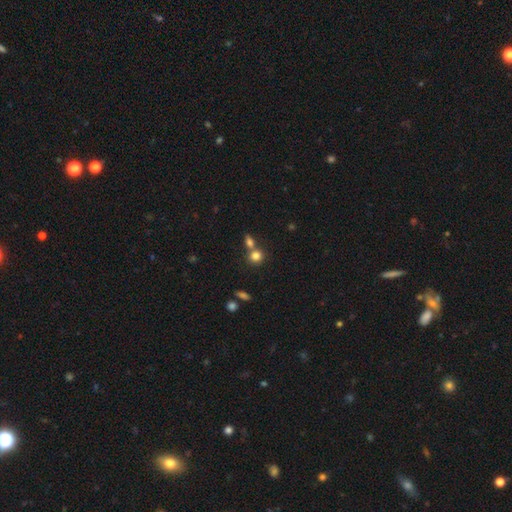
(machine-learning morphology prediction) Q: Smooth or featured?
A: smooth (80%); runner-up: star or artifact (12%)
Q: How rounded?
A: round (75%); runner-up: in between (23%)
Q: Merging?
A: none (52%); runner-up: merger (37%)